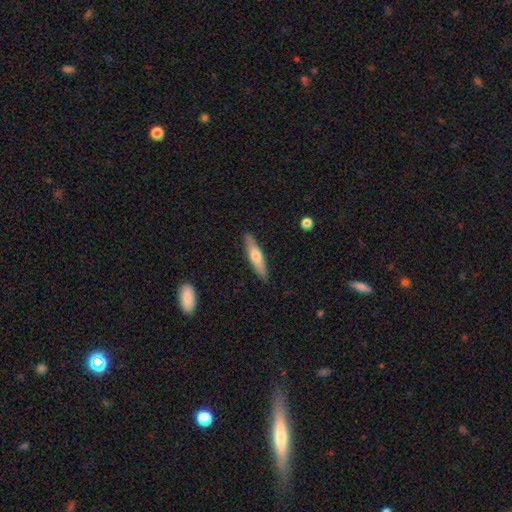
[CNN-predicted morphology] smooth-or-featured: smooth: 54% | featured or disk: 41% | star or artifact: 5%
  how-rounded: cigar-shaped: 83% | in between: 16% | round: 2%
  merging: none: 89% | minor disturbance: 8% | major disturbance: 2% | merger: 1%